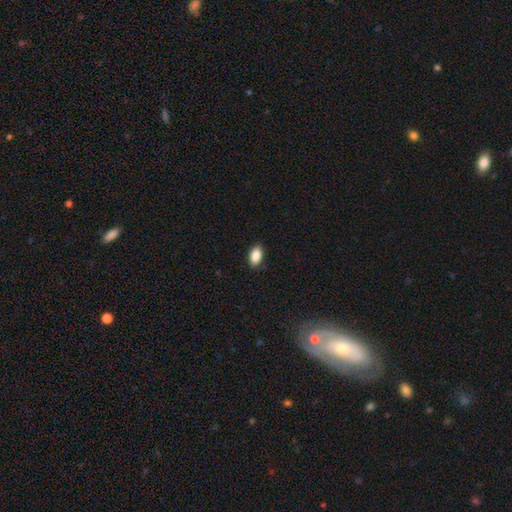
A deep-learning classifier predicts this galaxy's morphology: type=smooth (88%); roundness=in between (92%); merging=none (87%).